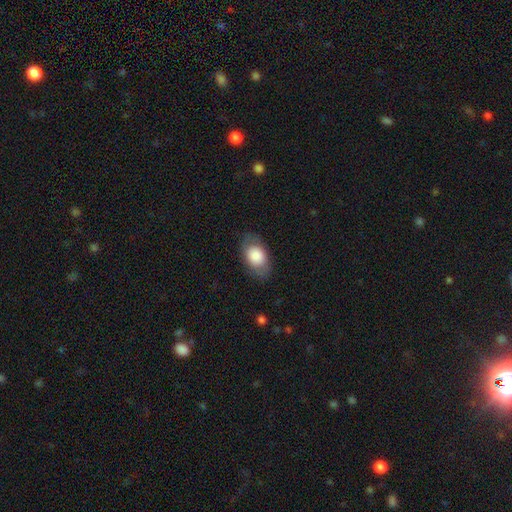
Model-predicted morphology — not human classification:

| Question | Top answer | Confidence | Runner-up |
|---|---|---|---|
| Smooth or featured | smooth | 77% | featured or disk (16%) |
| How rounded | in between | 85% | round (13%) |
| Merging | none | 80% | minor disturbance (14%) |